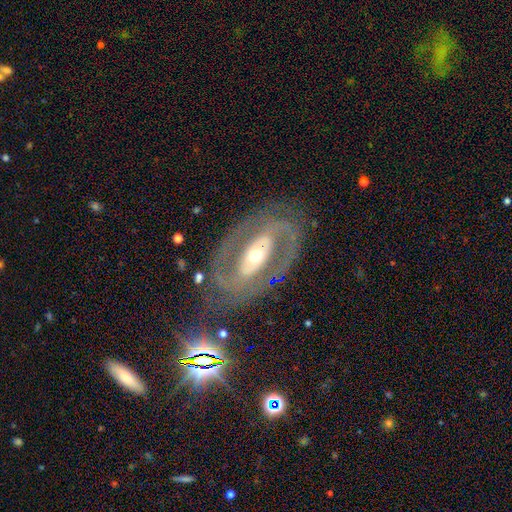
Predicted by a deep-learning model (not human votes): Smooth or featured: featured or disk — 84% (smooth — 10%)
Edge-on disk: no — 94% (yes — 6%)
Bar: no — 39% (strong — 33%)
Spiral arms: yes — 76% (no — 24%)
Spiral winding: tight — 42% (tied with medium — 42%)
Spiral arm count: 2 — 80% (can't tell — 11%)
Bulge size: moderate — 62% (small — 27%)
Merging: none — 75% (minor disturbance — 13%)